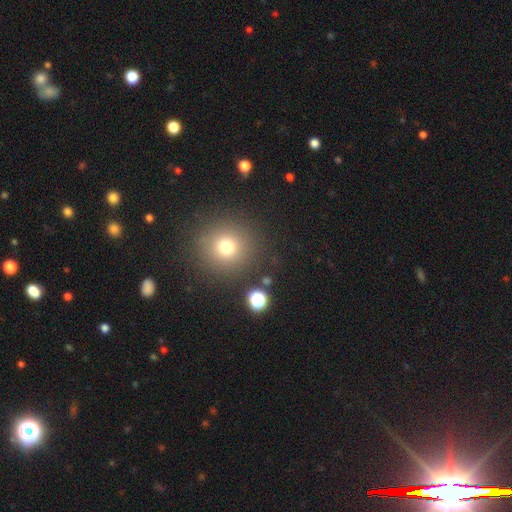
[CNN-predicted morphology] Q: Smooth or featured?
A: smooth (60%); runner-up: star or artifact (32%)
Q: How rounded?
A: round (93%); runner-up: in between (6%)
Q: Merging?
A: none (89%); runner-up: minor disturbance (5%)